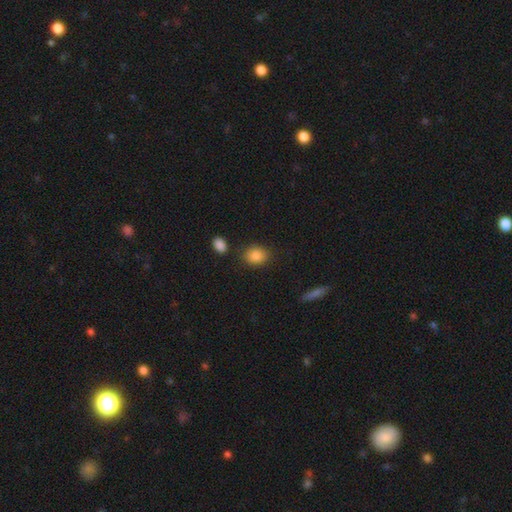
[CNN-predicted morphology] smooth-or-featured: smooth: 87% | star or artifact: 8% | featured or disk: 5%
  how-rounded: in between: 52% | round: 47% | cigar-shaped: 1%
  merging: none: 80% | minor disturbance: 12% | merger: 5% | major disturbance: 4%